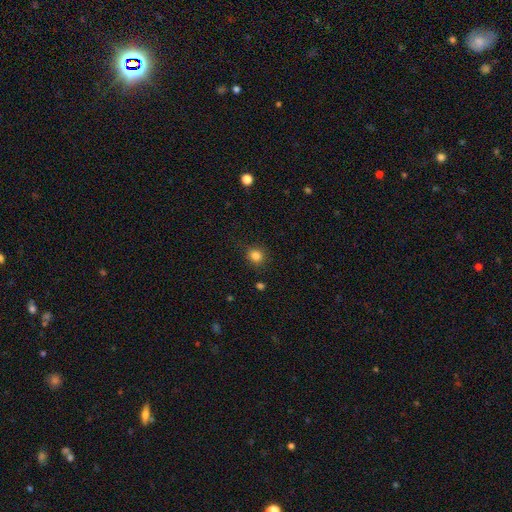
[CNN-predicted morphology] Overall: smooth (83%). How rounded: round (86%). Merging: none (86%).